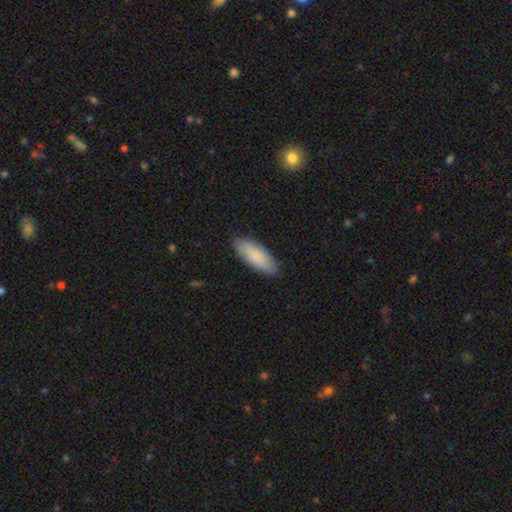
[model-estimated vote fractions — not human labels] Q: Smooth or featured?
A: smooth (83%); runner-up: featured or disk (12%)
Q: How rounded?
A: in between (72%); runner-up: cigar-shaped (26%)
Q: Merging?
A: none (85%); runner-up: minor disturbance (12%)